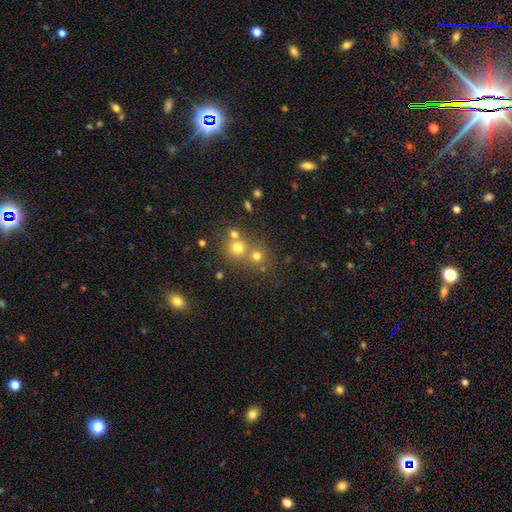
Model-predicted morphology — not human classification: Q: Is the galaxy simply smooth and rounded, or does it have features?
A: smooth — 57%.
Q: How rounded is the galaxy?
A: round — 86%.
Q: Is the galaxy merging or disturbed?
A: none — 51%.